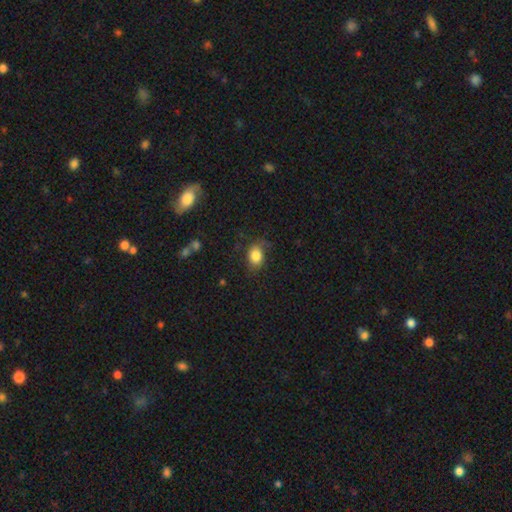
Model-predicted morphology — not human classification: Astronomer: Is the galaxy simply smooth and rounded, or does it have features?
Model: smooth — 82%.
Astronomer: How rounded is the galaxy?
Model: in between — 63%.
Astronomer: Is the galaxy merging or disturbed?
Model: none — 65%.